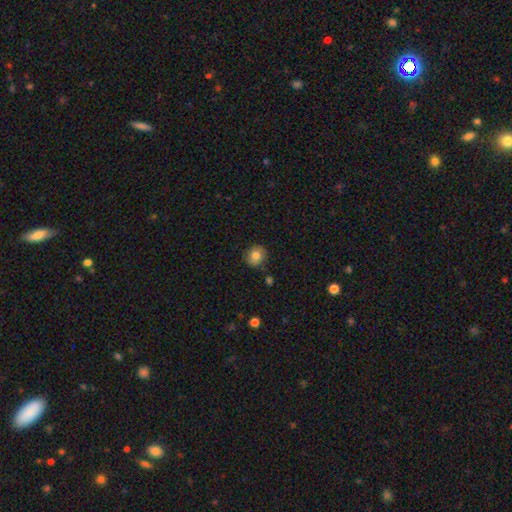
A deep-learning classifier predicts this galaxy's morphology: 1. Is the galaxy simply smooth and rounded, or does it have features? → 80% smooth, 11% featured or disk, 9% star or artifact.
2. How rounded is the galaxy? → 84% round, 15% in between, 1% cigar-shaped.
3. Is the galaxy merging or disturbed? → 84% none, 11% minor disturbance, 2% major disturbance, 2% merger.